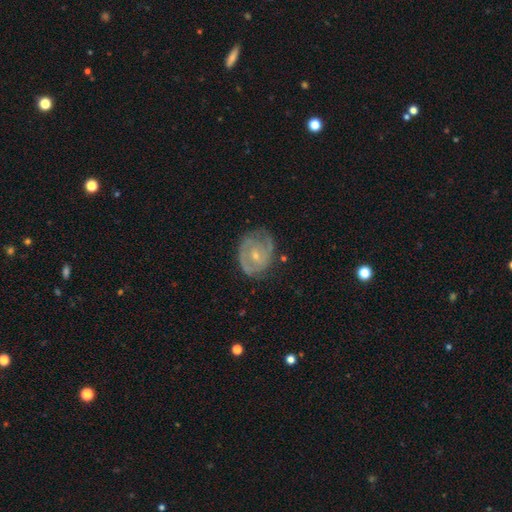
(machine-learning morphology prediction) featured or disk 79%, smooth 15%, star or artifact 6%. Down the decision tree: edge-on disk — no (97%); bar — no (54%); spiral arms — yes (88%); spiral arm count — 2 (59%); spiral winding — tight (53%); bulge size — small (67%); merging — none (67%).